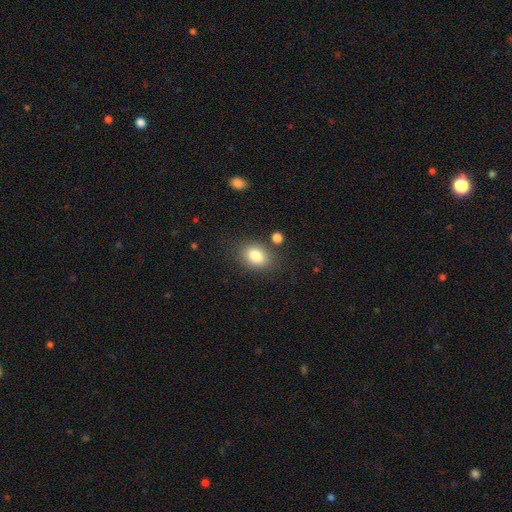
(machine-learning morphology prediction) Smooth or featured? smooth (82%)
How rounded? in between (67%)
Merging? none (79%)